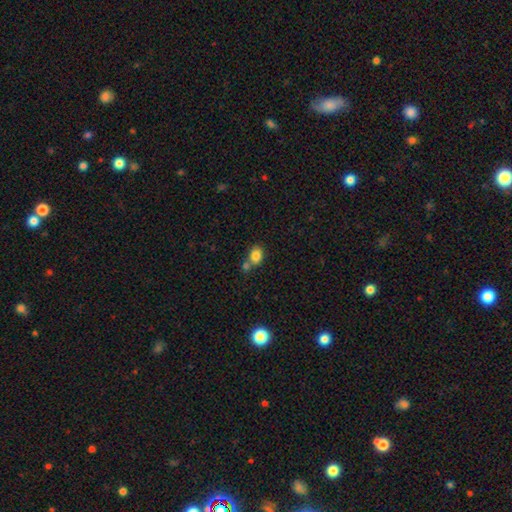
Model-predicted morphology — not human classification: Smooth or featured? Predicted: smooth (p=0.83). How rounded? Predicted: in between (p=0.62). Merging? Predicted: none (p=0.48).